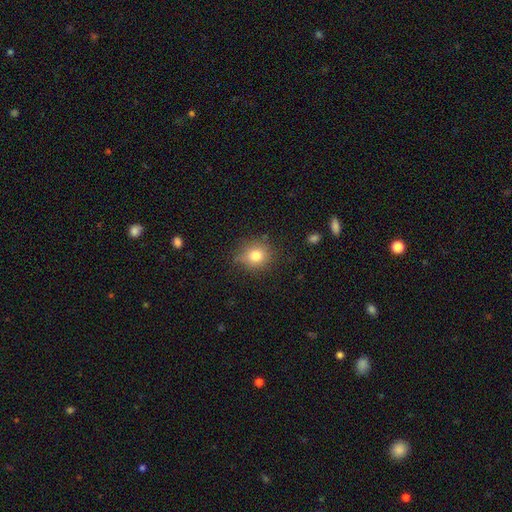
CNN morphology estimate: Q: Smooth or featured?
A: smooth (79%); runner-up: star or artifact (12%)
Q: How rounded?
A: round (81%); runner-up: in between (18%)
Q: Merging?
A: none (76%); runner-up: minor disturbance (18%)